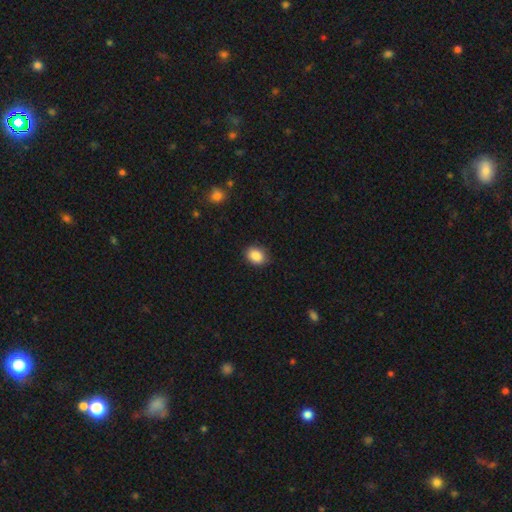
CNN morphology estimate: Overall: smooth (88%). How rounded: in between (69%; round 30%). Merging: none (87%).